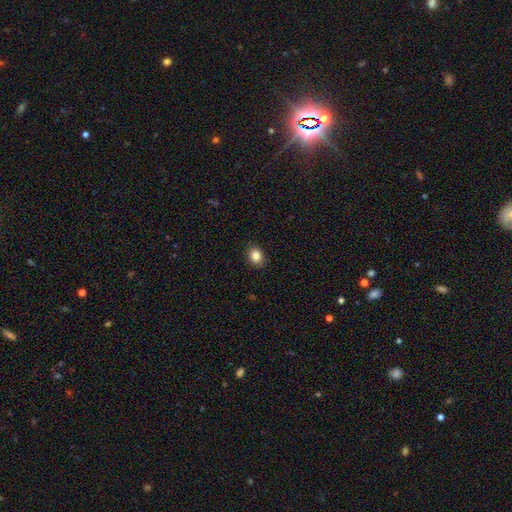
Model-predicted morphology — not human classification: Smooth or featured: smooth — 84% (star or artifact — 10%)
How rounded: round — 54% (in between — 45%)
Merging: none — 90% (minor disturbance — 8%)